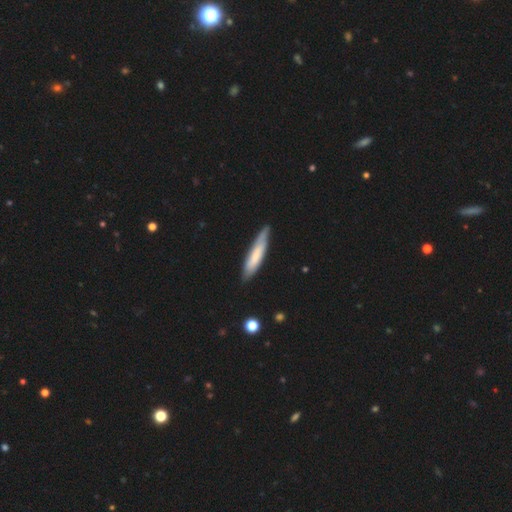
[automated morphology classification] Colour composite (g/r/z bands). It shows a smooth galaxy with no disk features (63%) that is cigar-shaped (83%). Merging: none (74%).